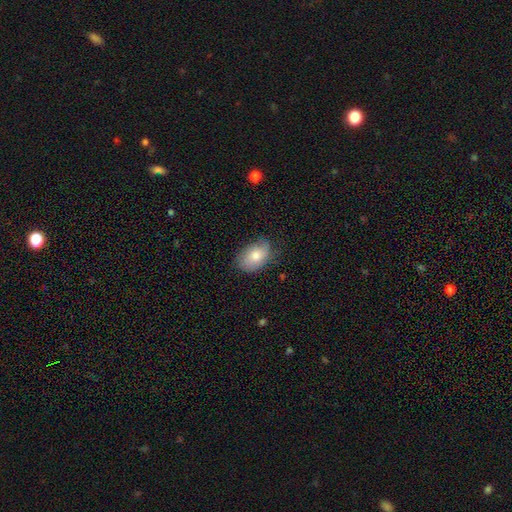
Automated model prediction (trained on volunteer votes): The model was most divided on "merging": none: 68%, minor disturbance: 25%, major disturbance: 6%, merger: 1%. More confident: how rounded — in between (88%); smooth or featured — smooth (72%).